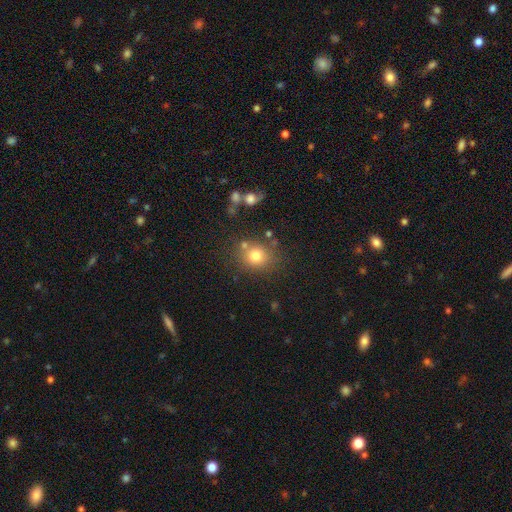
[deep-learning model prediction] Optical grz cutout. It shows a smooth galaxy with no disk features (77%) that is round (76%). Merging: none (74%).